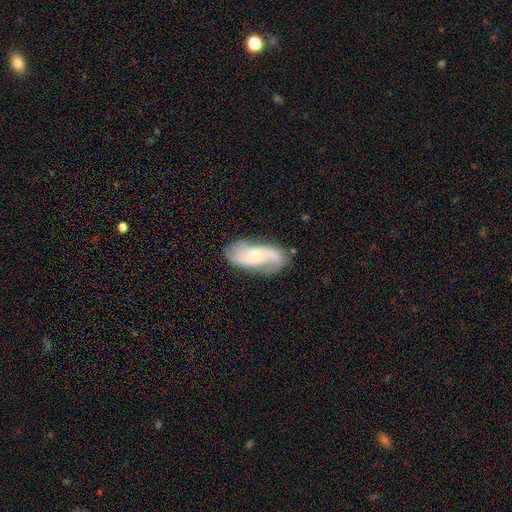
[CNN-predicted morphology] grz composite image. It shows a featured or disk galaxy (72%) with no bar (61%), 2 (80%) loose (47%) spiral arms (91%) and a small central bulge (53%). Merging: none (70%).